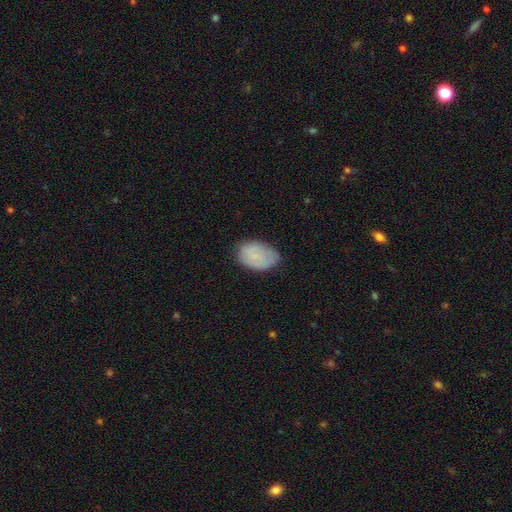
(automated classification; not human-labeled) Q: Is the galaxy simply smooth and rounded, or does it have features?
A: smooth — 76%.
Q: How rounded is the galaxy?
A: in between — 90%.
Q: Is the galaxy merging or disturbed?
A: none — 67%.